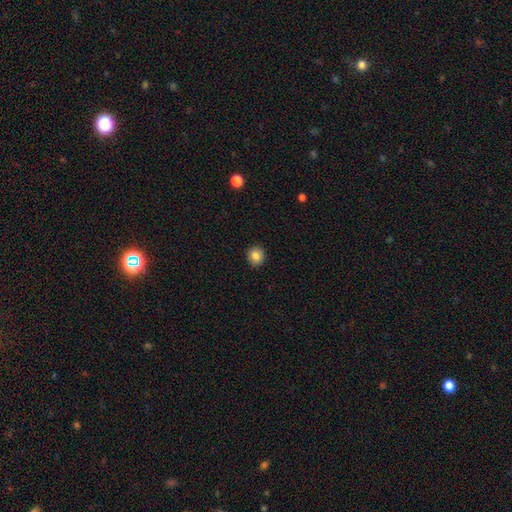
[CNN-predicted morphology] This is clearly a smooth galaxy (84%). How rounded: clearly round (91%). Merging: clearly none (92%).